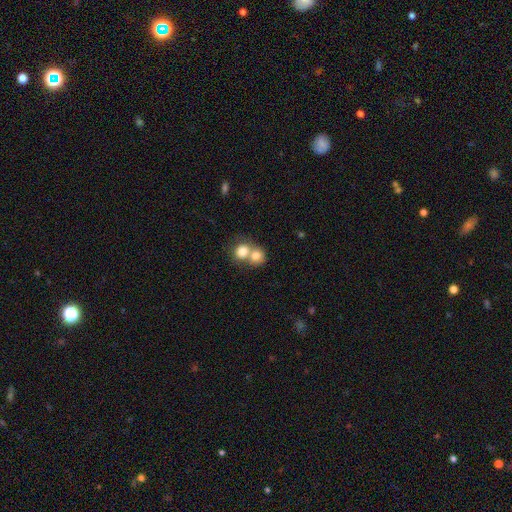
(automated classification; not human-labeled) Q: Smooth or featured?
A: smooth (77%); runner-up: featured or disk (13%)
Q: How rounded?
A: round (76%); runner-up: in between (23%)
Q: Merging?
A: merger (64%); runner-up: none (28%)